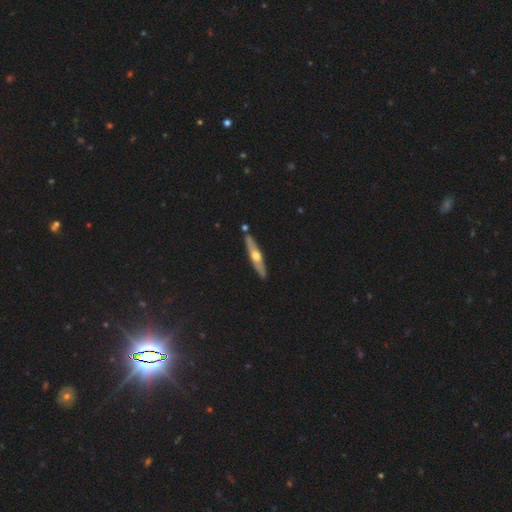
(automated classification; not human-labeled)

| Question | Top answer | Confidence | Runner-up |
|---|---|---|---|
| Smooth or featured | featured or disk | 62% | smooth (33%) |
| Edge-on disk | yes | 86% | no (14%) |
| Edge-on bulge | rounded | 89% | none (9%) |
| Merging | none | 87% | minor disturbance (8%) |